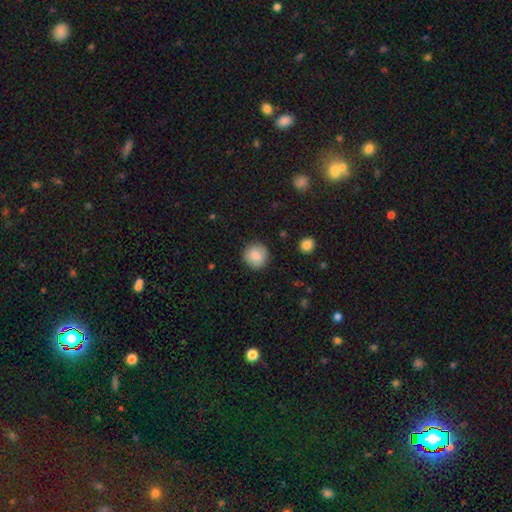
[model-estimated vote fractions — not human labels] This is clearly a smooth galaxy (84%). How rounded: clearly round (93%). Merging: clearly none (90%).